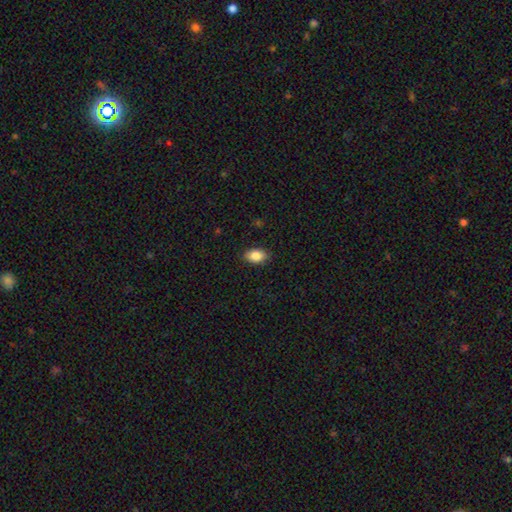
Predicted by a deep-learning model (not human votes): smooth_or_featured: smooth (p=0.86) [alt: star or artifact p=0.08]
how_rounded: in between (p=0.87) [alt: round p=0.11]
merging: none (p=0.87) [alt: minor disturbance p=0.10]